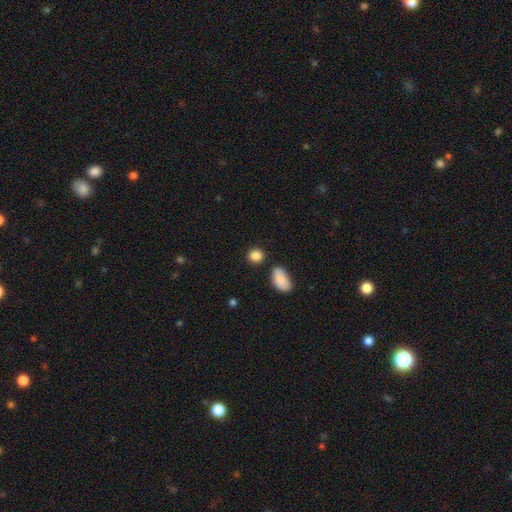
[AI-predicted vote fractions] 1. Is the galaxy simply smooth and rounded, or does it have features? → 87% smooth, 9% star or artifact, 4% featured or disk.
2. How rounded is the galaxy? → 69% round, 29% in between, 2% cigar-shaped.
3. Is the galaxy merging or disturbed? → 79% none, 11% minor disturbance, 7% merger, 3% major disturbance.